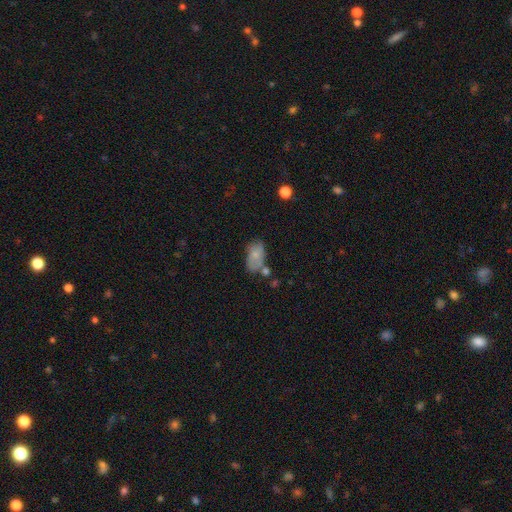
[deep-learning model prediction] The model was most divided on "merging": none: 47%, minor disturbance: 26%, merger: 18%, major disturbance: 9%. More confident: how rounded — in between (91%); smooth or featured — smooth (69%).